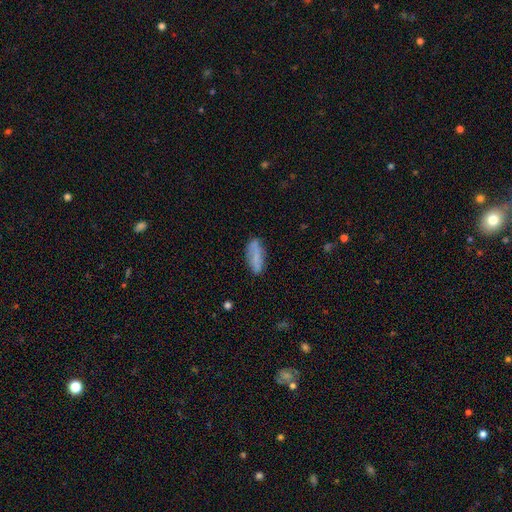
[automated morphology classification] This is likely a smooth galaxy (70%). How rounded: likely in between (68%). Merging: likely none (74%).